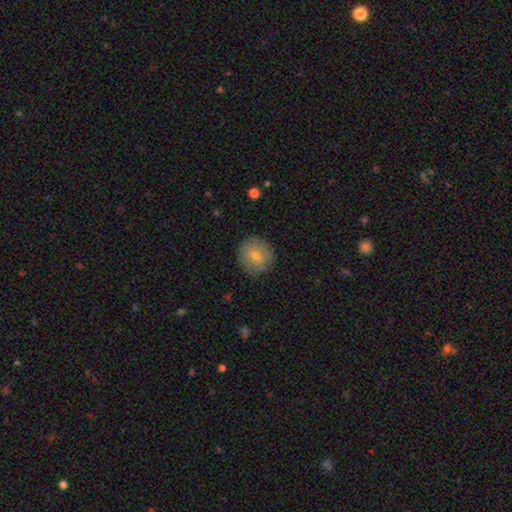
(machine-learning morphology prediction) smooth 70%, featured or disk 21%, star or artifact 9%. Down the decision tree: how rounded — round (90%); merging — none (86%).